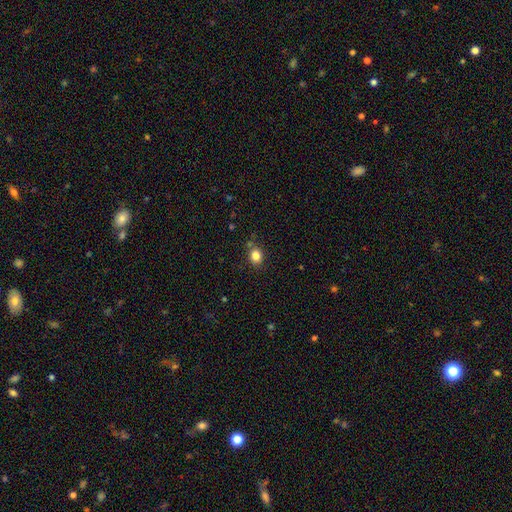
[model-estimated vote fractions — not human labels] Morphology: type=smooth (83%); roundness=round (69%); merging=none (78%).